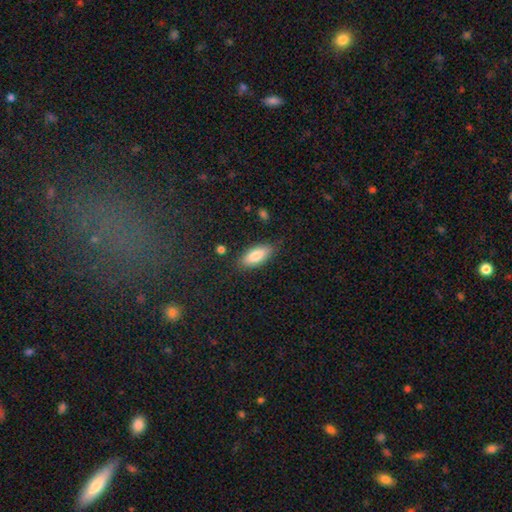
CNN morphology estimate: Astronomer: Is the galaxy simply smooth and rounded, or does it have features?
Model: smooth — 82%.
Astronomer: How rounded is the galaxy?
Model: in between — 81%.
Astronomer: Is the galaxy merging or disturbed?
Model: none — 82%.